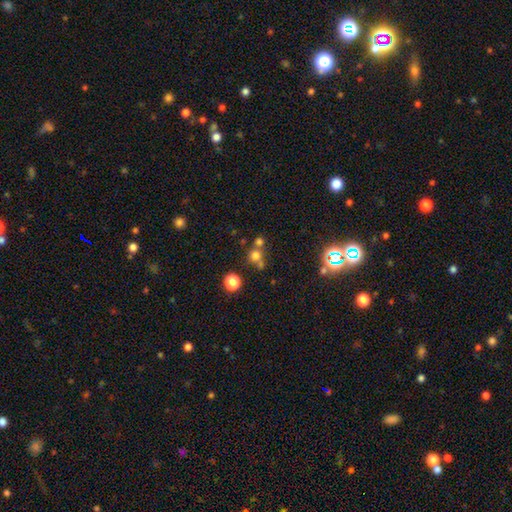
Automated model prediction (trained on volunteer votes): The model was most divided on "merging": none: 53%, merger: 34%, minor disturbance: 8%, major disturbance: 5%. More confident: how rounded — round (89%); smooth or featured — smooth (68%).